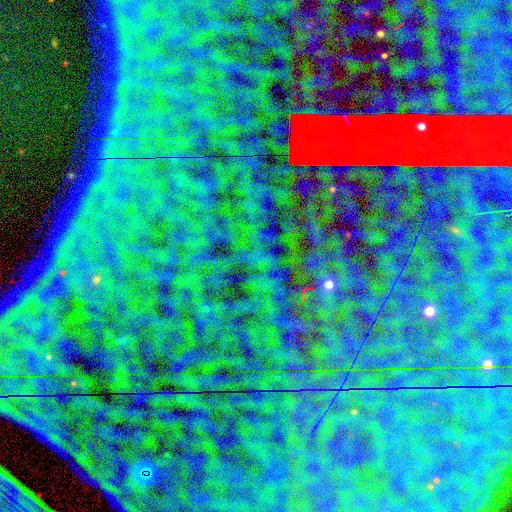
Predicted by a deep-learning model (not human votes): Smooth or featured?
  - star or artifact: 85% *
  - smooth: 7%
  - featured or disk: 7%